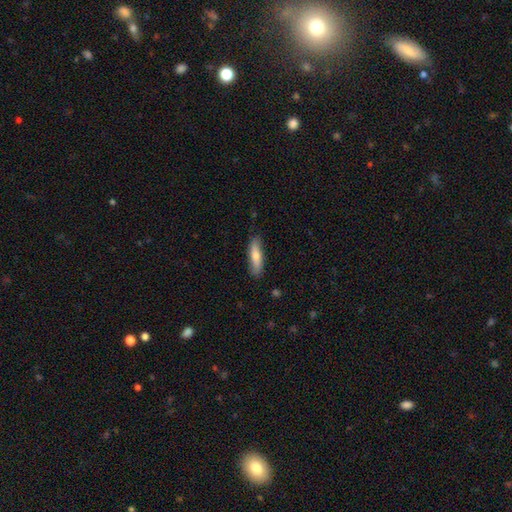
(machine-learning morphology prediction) smooth_or_featured: smooth (p=0.71) [alt: featured or disk p=0.24]
how_rounded: cigar-shaped (p=0.67) [alt: in between p=0.31]
merging: none (p=0.84) [alt: minor disturbance p=0.13]